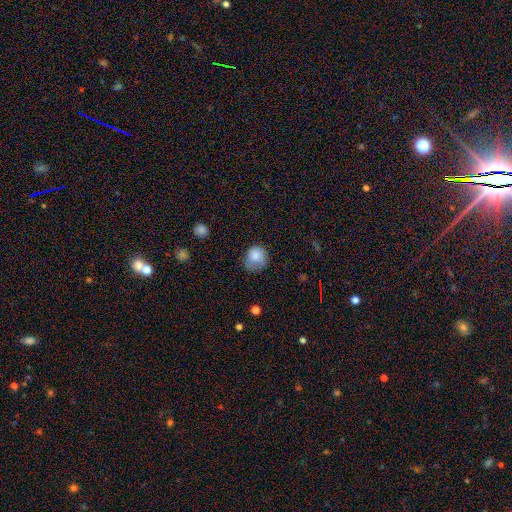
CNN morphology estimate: Q: Smooth or featured?
A: smooth (81%); runner-up: featured or disk (10%)
Q: How rounded?
A: round (74%); runner-up: in between (25%)
Q: Merging?
A: none (51%); runner-up: minor disturbance (35%)